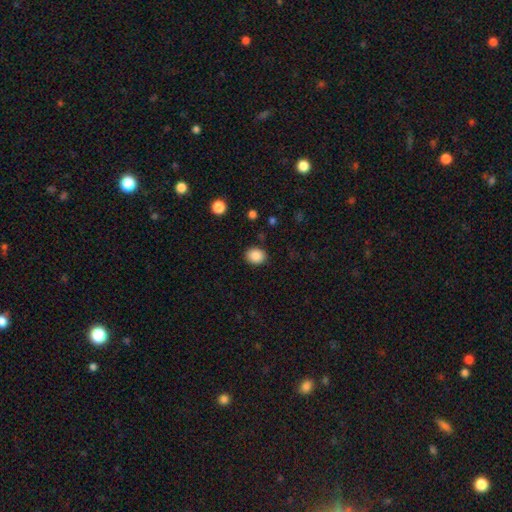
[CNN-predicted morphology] This is clearly a smooth galaxy (88%). How rounded: possibly round (57%). Merging: clearly none (88%).